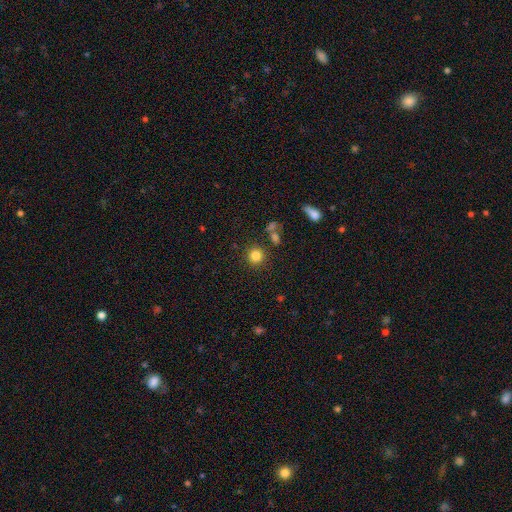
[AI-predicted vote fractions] A smooth galaxy with no disk features (83%) that is round (92%). Merging: none (85%).